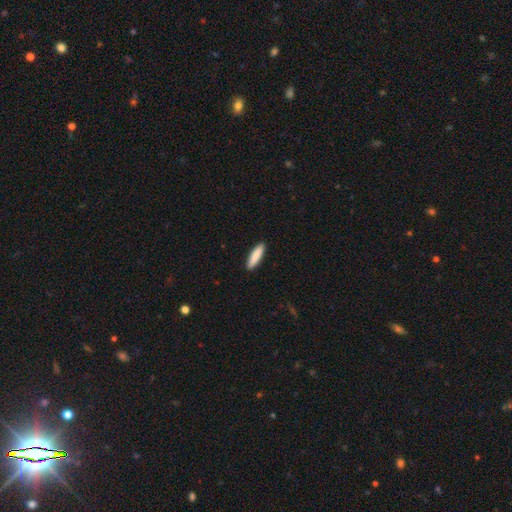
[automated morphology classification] Smooth or featured? Predicted: smooth (p=0.87). How rounded? Predicted: cigar-shaped (p=0.73). Merging? Predicted: none (p=0.91).